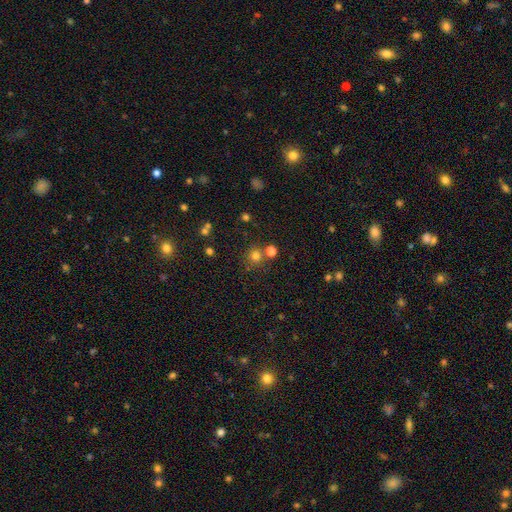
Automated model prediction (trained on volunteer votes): This is likely a smooth galaxy (74%). How rounded: clearly round (91%). Merging: likely none (72%).